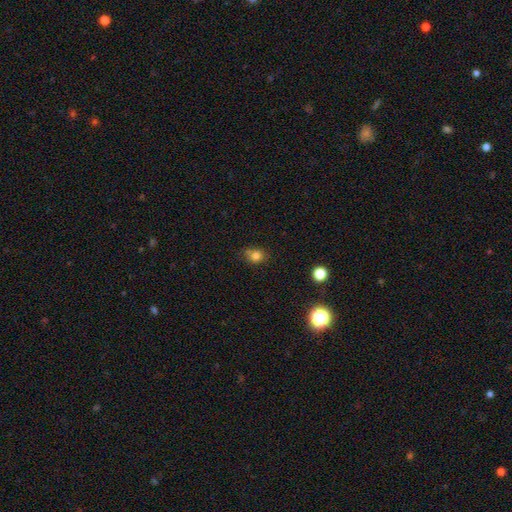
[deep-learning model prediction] Smooth or featured? Predicted: smooth (p=0.80). How rounded? Predicted: round (p=0.69). Merging? Predicted: none (p=0.63).